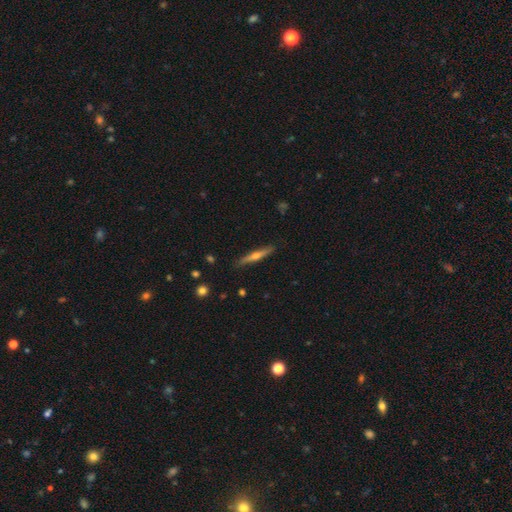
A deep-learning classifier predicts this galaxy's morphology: A featured or disk galaxy (60%) viewed edge-on (96%) with a rounded central bulge (85%).

Vote fractions:
- Smooth or featured? featured or disk: 60% / smooth: 34% / star or artifact: 6%
- Edge-on disk? yes: 96% / no: 4%
- Edge-on bulge? rounded: 85% / none: 11% / boxy: 3%
- Merging? none: 88% / minor disturbance: 9% / major disturbance: 2% / merger: 1%